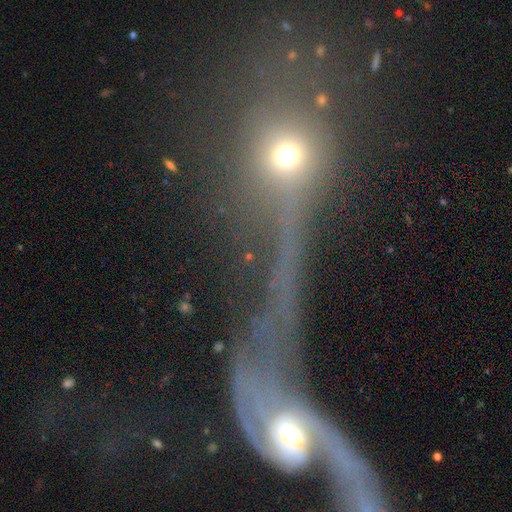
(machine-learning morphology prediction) The model was most divided on "smooth or featured": featured or disk: 54%, smooth: 29%, star or artifact: 17%. More confident: edge-on disk — no (84%); merging — merger (56%).